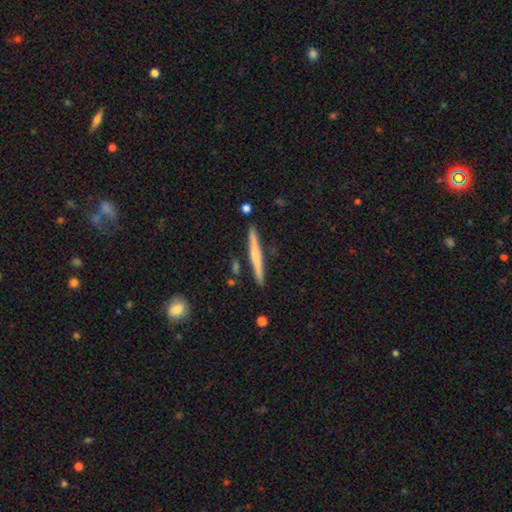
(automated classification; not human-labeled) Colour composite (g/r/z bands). It shows a smooth galaxy with no disk features (48%). Merging: none (89%).